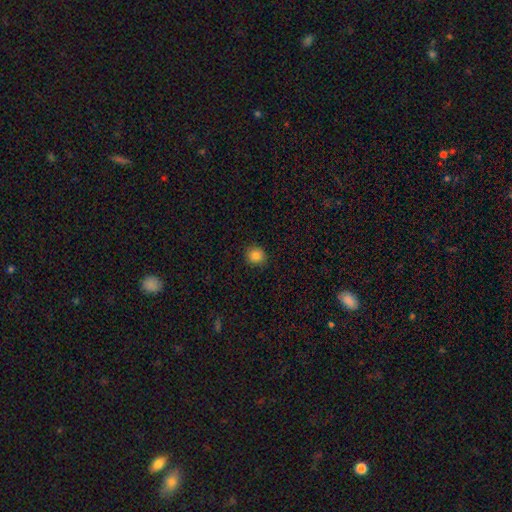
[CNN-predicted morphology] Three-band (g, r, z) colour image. It shows a smooth galaxy with no disk features (84%) that is round (91%). Merging: none (90%).